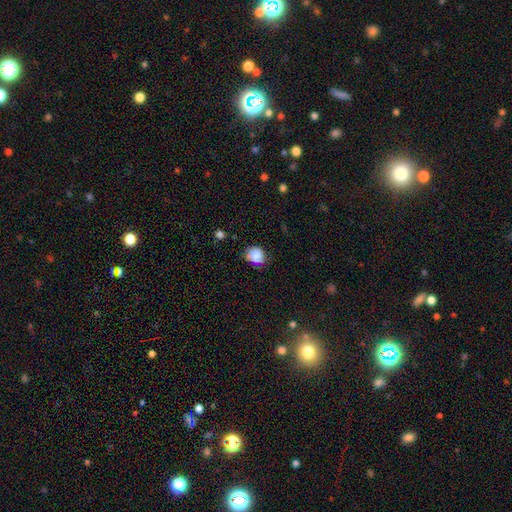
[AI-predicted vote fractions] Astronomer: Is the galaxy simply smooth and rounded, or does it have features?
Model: smooth — 77%.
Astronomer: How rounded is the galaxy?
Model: round — 64%.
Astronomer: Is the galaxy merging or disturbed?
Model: none — 64%.